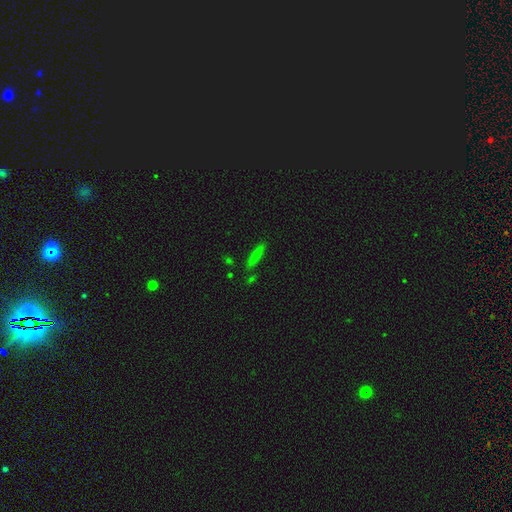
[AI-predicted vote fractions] A smooth galaxy with no disk features (70%) that is cigar-shaped (86%). Merging: none (82%).